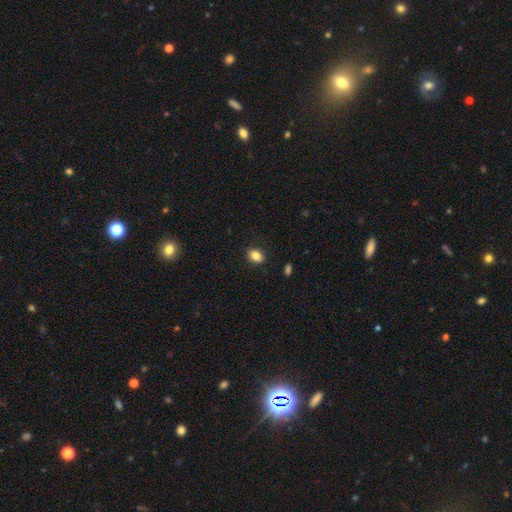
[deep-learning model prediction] smooth 85%, star or artifact 9%, featured or disk 6%. Down the decision tree: how rounded — in between (66%); merging — none (88%).